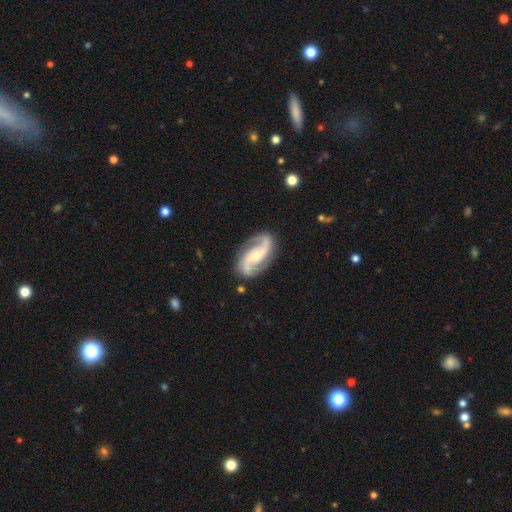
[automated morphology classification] Smooth or featured: featured or disk — 91% (smooth — 5%)
Edge-on disk: no — 97% (yes — 3%)
Bar: no — 46% (weak — 33%)
Spiral arms: yes — 98% (no — 2%)
Spiral winding: medium — 51% (loose — 32%)
Spiral arm count: 2 — 92% (3 — 2%)
Bulge size: small — 54% (moderate — 40%)
Merging: none — 83% (minor disturbance — 12%)